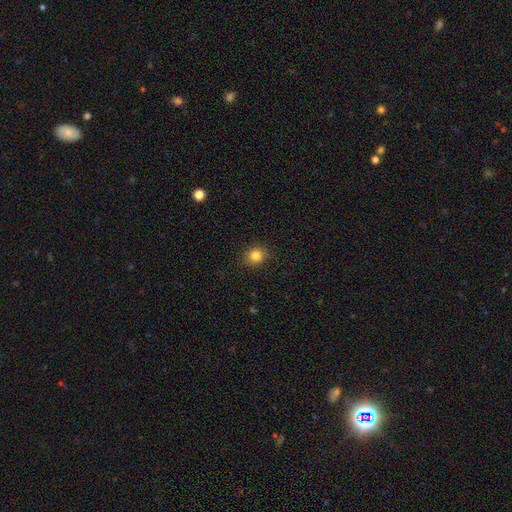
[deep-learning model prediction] smooth 84%, star or artifact 11%, featured or disk 5%. Down the decision tree: how rounded — round (78%); merging — none (89%).